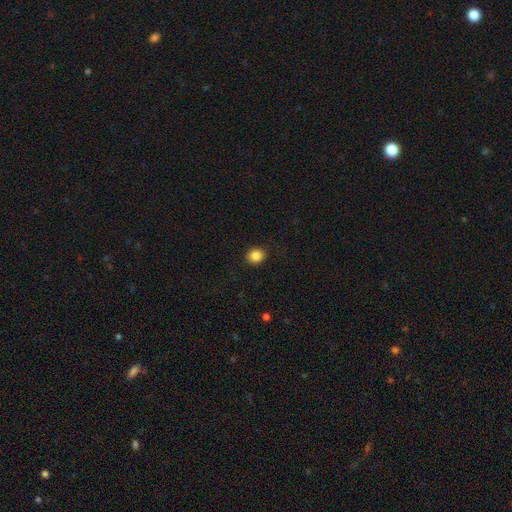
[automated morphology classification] smooth 86%, star or artifact 10%, featured or disk 4%. Down the decision tree: how rounded — round (81%); merging — none (90%).